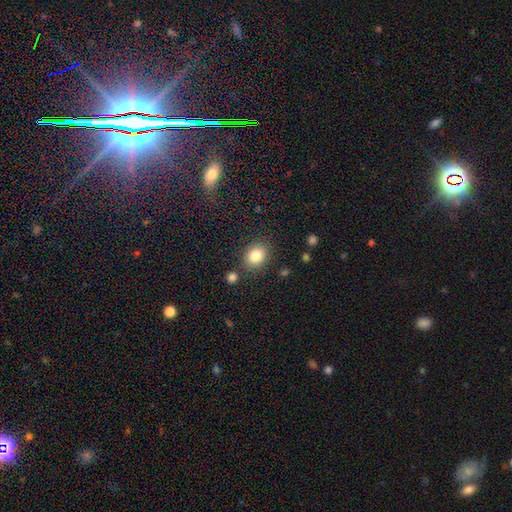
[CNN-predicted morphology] smooth-or-featured: smooth: 83% | star or artifact: 10% | featured or disk: 7%
  how-rounded: round: 53% | in between: 46% | cigar-shaped: 1%
  merging: none: 82% | minor disturbance: 10% | merger: 4% | major disturbance: 3%